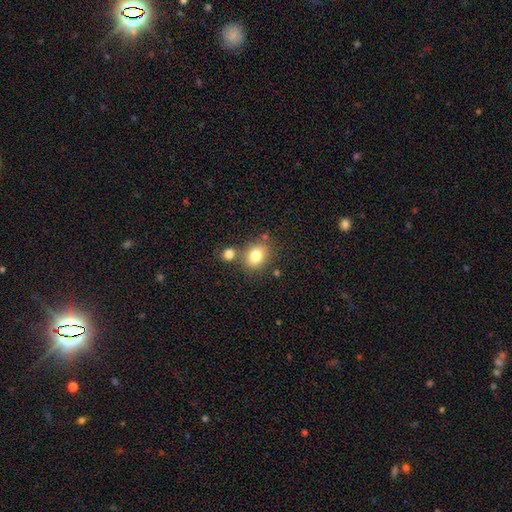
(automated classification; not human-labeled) smooth_or_featured: smooth (p=0.79) [alt: star or artifact p=0.11]
how_rounded: round (p=0.53) [alt: in between p=0.46]
merging: none (p=0.66) [alt: merger p=0.18]